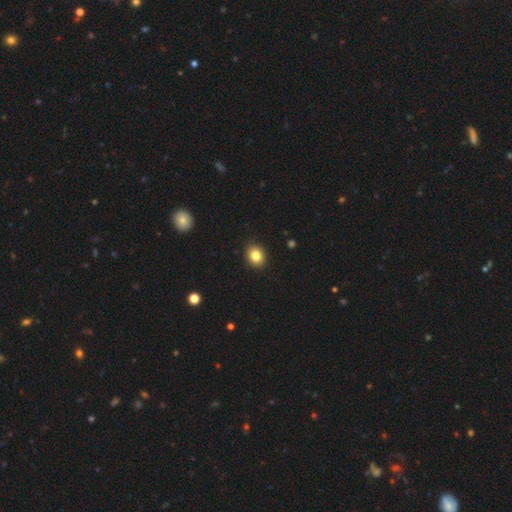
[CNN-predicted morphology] Overall: smooth (83%). How rounded: round (61%; in between 38%). Merging: none (90%).